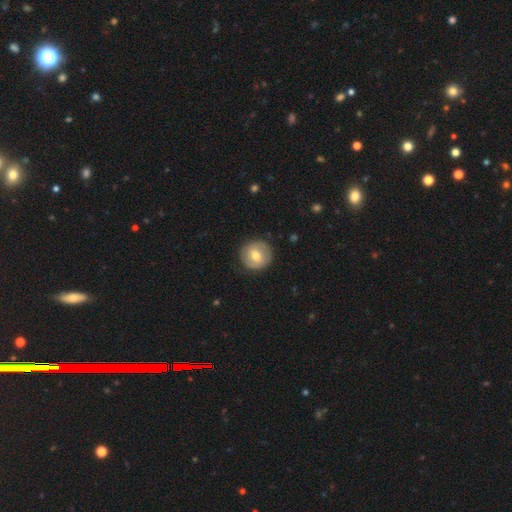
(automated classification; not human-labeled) This is likely a smooth galaxy (62%). How rounded: clearly round (92%). Merging: clearly none (87%).